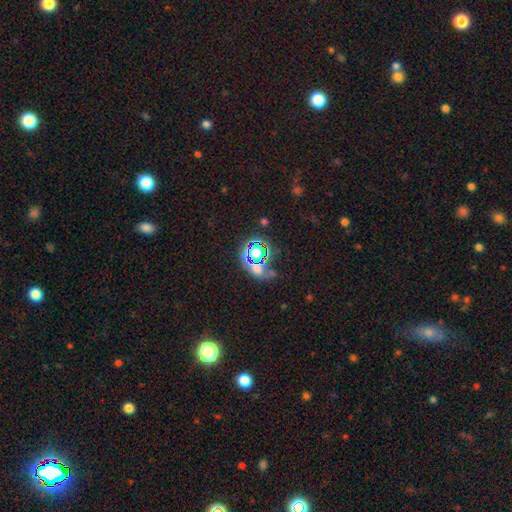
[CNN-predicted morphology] star or artifact 56%, smooth 31%, featured or disk 13%.